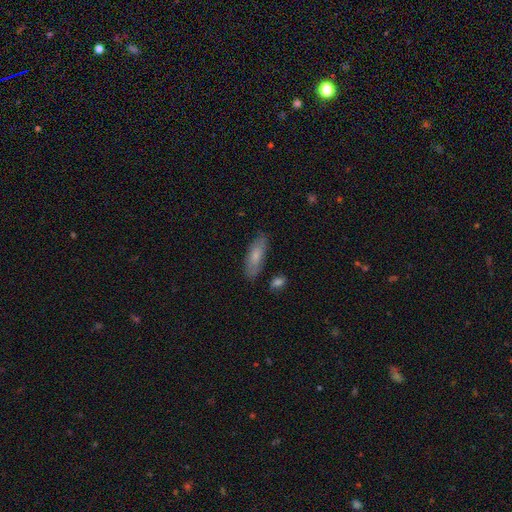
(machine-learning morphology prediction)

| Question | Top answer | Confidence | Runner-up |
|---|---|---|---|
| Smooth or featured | smooth | 73% | featured or disk (21%) |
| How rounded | in between | 56% | cigar-shaped (41%) |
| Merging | none | 81% | minor disturbance (13%) |